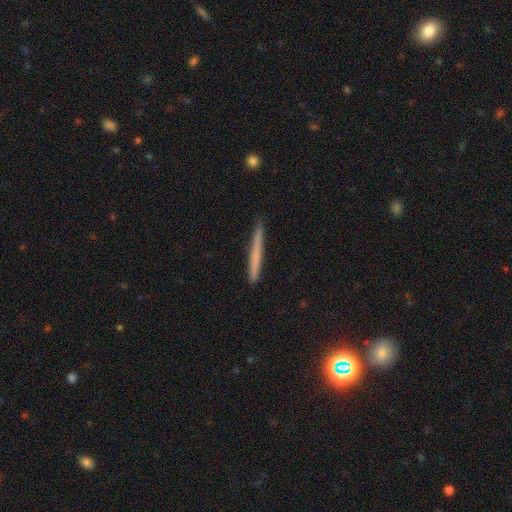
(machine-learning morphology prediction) Smooth or featured? Predicted: smooth (p=0.61). How rounded? Predicted: cigar-shaped (p=0.97). Merging? Predicted: none (p=0.89).